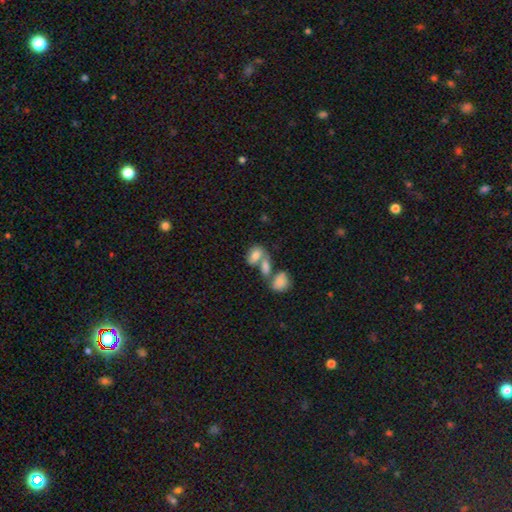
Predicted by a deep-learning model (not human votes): Smooth or featured? Predicted: smooth (p=0.74). How rounded? Predicted: in between (p=0.84). Merging? Predicted: merger (p=0.56).